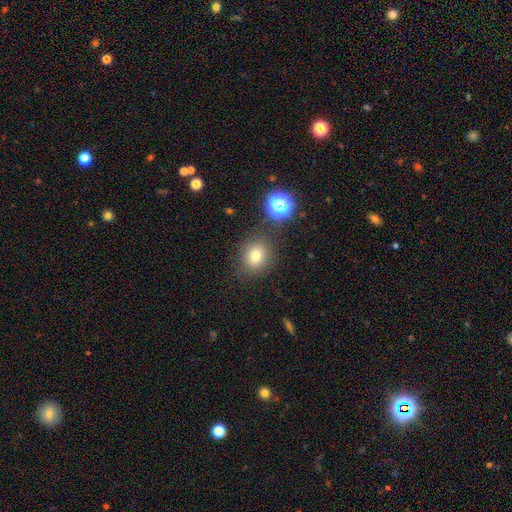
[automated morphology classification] This is likely a smooth galaxy (76%). How rounded: likely round (71%). Merging: clearly none (80%).